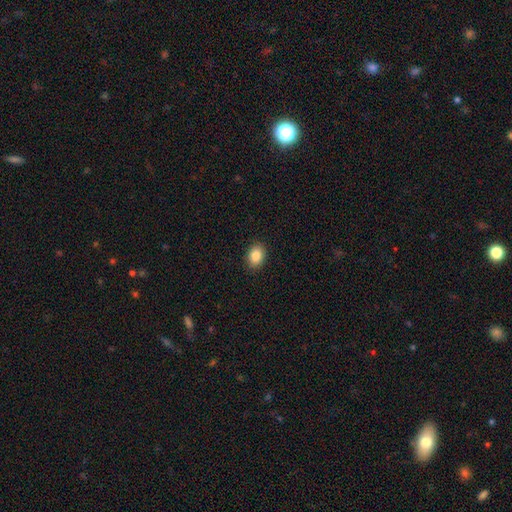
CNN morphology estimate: This is clearly a smooth galaxy (85%). How rounded: likely in between (67%). Merging: clearly none (90%).